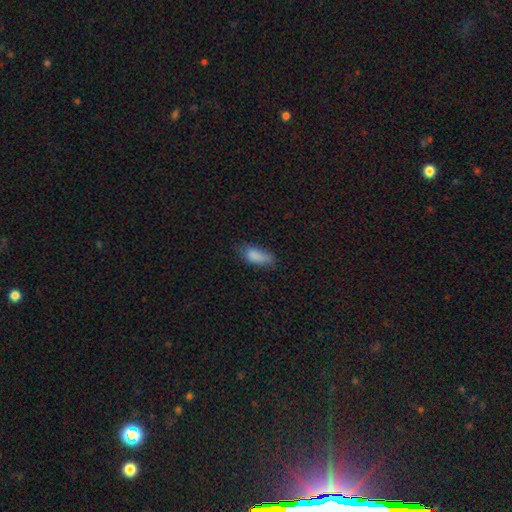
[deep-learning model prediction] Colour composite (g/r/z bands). It shows a smooth galaxy with no disk features (85%) that is in between round and cigar-shaped (83%). Merging: none (60%).